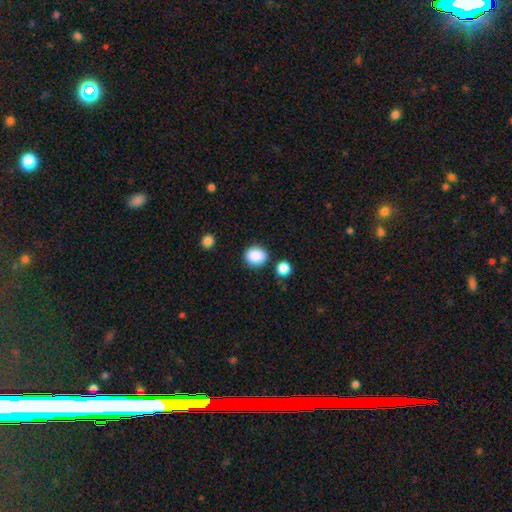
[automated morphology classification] This appears to be a smooth galaxy with no disk features (88%) that is round (68%). Merging: none (83%).